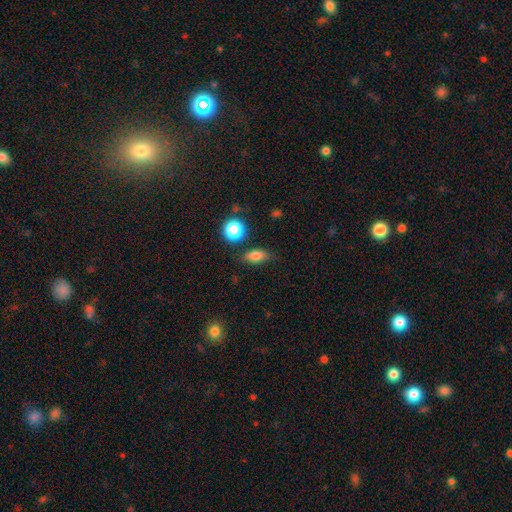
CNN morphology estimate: Q: Smooth or featured?
A: smooth (78%); runner-up: star or artifact (11%)
Q: How rounded?
A: in between (77%); runner-up: round (14%)
Q: Merging?
A: none (77%); runner-up: minor disturbance (15%)